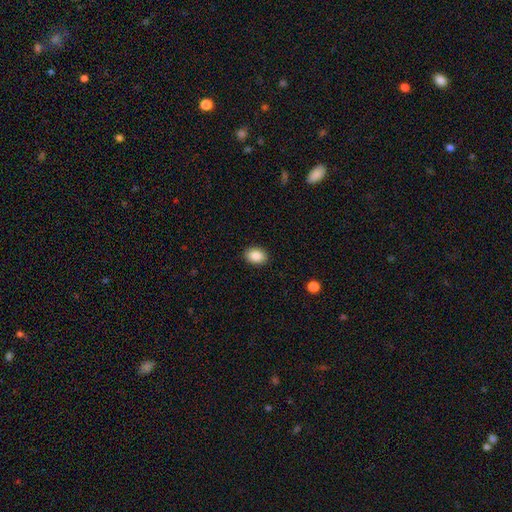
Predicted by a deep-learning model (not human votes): Smooth or featured? Predicted: smooth (p=0.88). How rounded? Predicted: in between (p=0.74). Merging? Predicted: none (p=0.90).